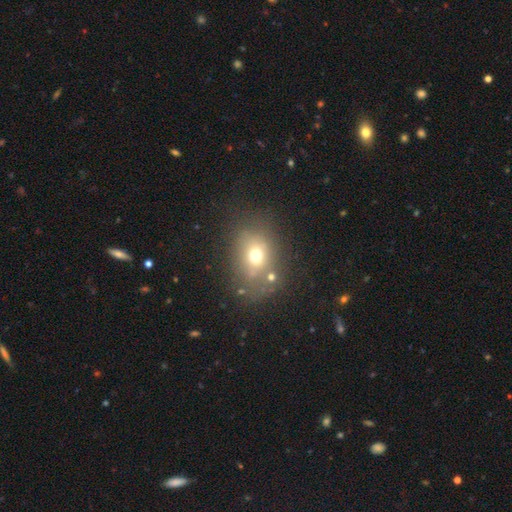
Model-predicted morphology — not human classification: Q: Smooth or featured?
A: smooth (65%); runner-up: featured or disk (18%)
Q: How rounded?
A: in between (56%); runner-up: round (42%)
Q: Merging?
A: none (64%); runner-up: minor disturbance (18%)